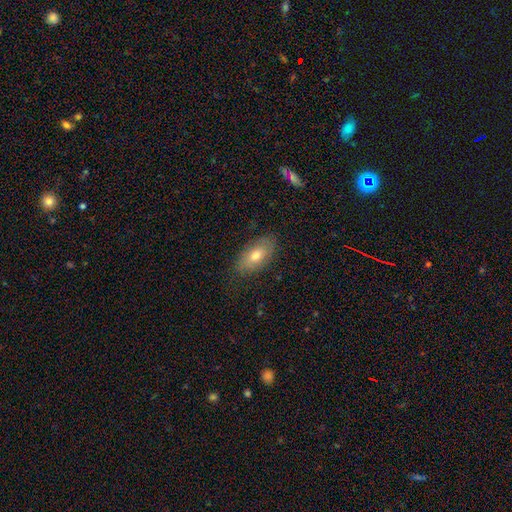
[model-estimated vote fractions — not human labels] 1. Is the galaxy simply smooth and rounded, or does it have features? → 70% smooth, 23% featured or disk, 7% star or artifact.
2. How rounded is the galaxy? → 89% in between, 6% cigar-shaped, 4% round.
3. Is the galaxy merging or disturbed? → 80% none, 15% minor disturbance, 3% major disturbance, 1% merger.